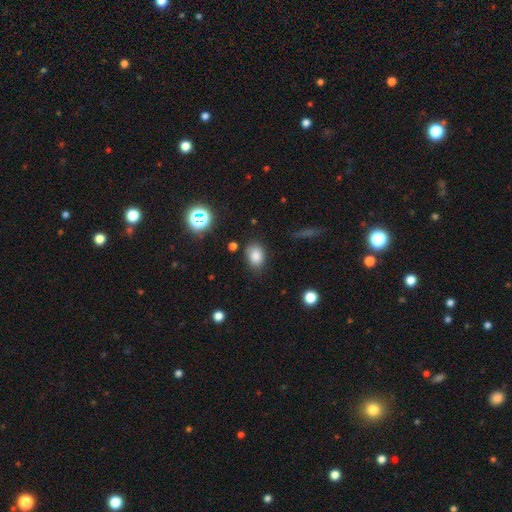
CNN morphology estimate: smooth-or-featured: smooth: 83% | star or artifact: 11% | featured or disk: 6%
  how-rounded: in between: 77% | round: 22% | cigar-shaped: 1%
  merging: none: 77% | minor disturbance: 16% | major disturbance: 4% | merger: 3%